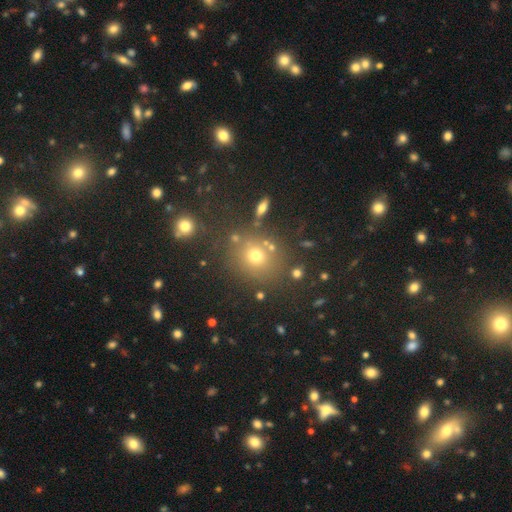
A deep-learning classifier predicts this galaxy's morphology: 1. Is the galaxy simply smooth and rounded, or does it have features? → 66% smooth, 23% star or artifact, 12% featured or disk.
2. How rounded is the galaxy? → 77% round, 22% in between, 1% cigar-shaped.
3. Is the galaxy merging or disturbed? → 77% none, 10% minor disturbance, 8% merger, 4% major disturbance.